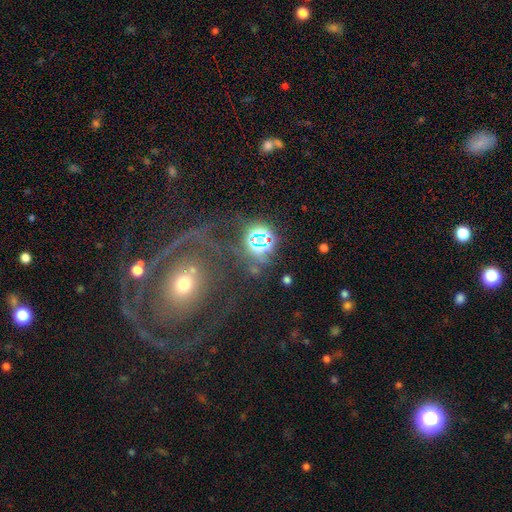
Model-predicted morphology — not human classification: A featured or disk galaxy (47%). Merging: none (65%).